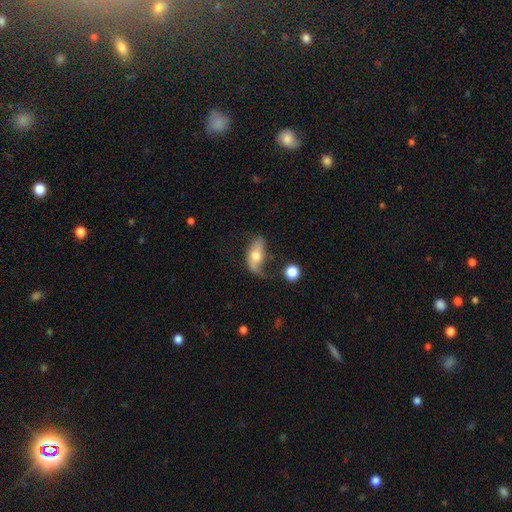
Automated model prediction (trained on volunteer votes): Smooth or featured? Predicted: smooth (p=0.54). How rounded? Predicted: in between (p=0.86). Merging? Predicted: none (p=0.43).